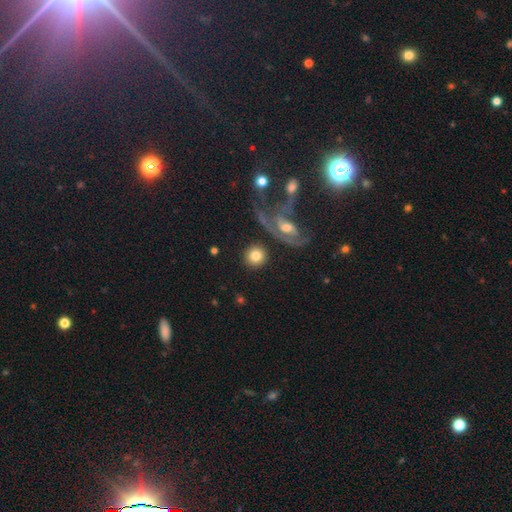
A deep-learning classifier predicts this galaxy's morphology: Smooth or featured?
  - smooth: 78% *
  - featured or disk: 14%
  - star or artifact: 8%
How rounded?
  - round: 90% *
  - in between: 8%
  - cigar-shaped: 1%
Merging?
  - none: 79% *
  - minor disturbance: 8%
  - merger: 7%
  - major disturbance: 5%